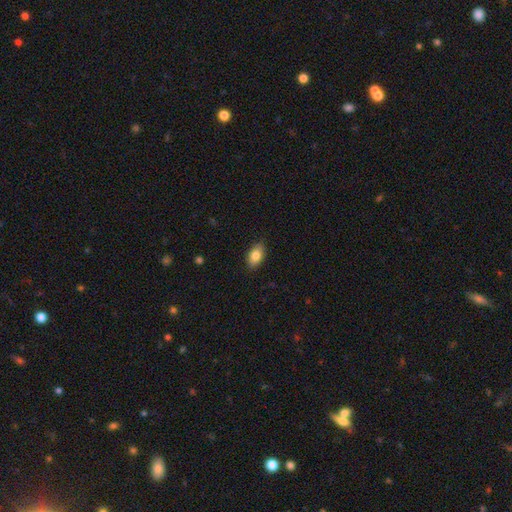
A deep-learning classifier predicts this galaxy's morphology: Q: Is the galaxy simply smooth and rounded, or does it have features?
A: smooth — 83%.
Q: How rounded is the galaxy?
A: in between — 91%.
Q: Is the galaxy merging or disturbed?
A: none — 87%.